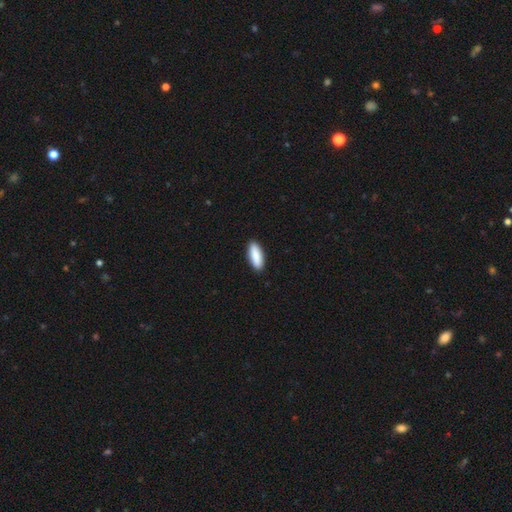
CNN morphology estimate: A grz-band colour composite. It shows a smooth galaxy with no disk features (89%) that is in between round and cigar-shaped (62%). Merging: none (91%).